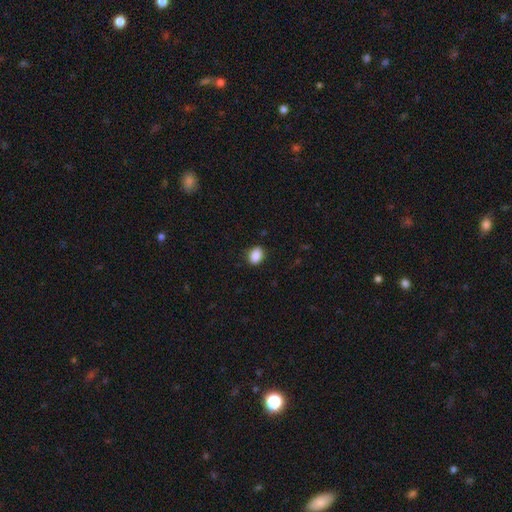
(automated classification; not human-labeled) Smooth or featured: smooth — 89% (star or artifact — 8%)
How rounded: in between — 73% (round — 26%)
Merging: none — 86% (minor disturbance — 11%)